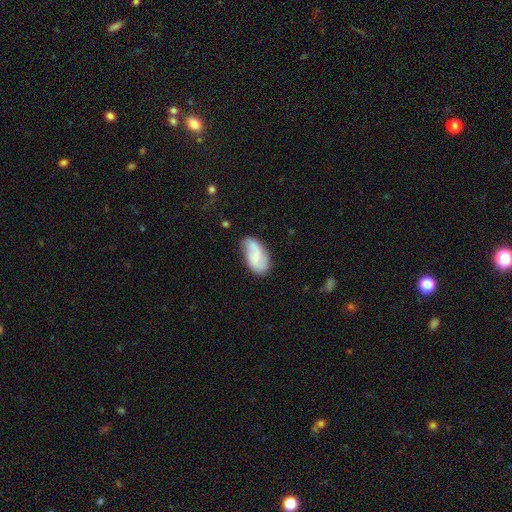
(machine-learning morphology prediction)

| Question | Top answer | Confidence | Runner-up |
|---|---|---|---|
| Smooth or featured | featured or disk | 53% | smooth (40%) |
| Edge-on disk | no | 96% | yes (4%) |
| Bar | weak | 45% | no (43%) |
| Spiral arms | yes | 89% | no (11%) |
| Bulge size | small | 55% | moderate (23%) |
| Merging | none | 66% | minor disturbance (25%) |